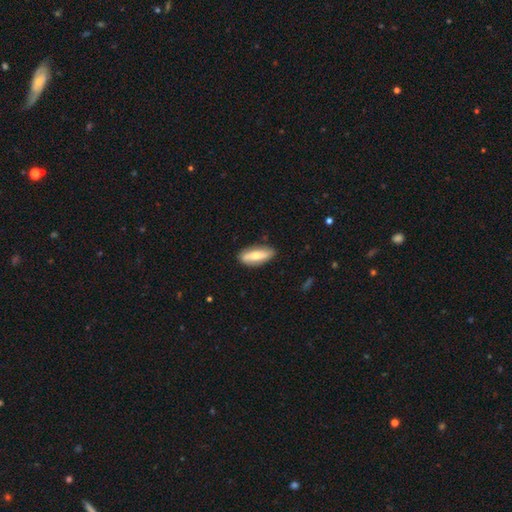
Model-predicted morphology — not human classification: A smooth galaxy with no disk features (58%) that is in between round and cigar-shaped (72%).

Vote fractions:
- Smooth or featured? smooth: 58% / featured or disk: 37% / star or artifact: 6%
- How rounded? in between: 72% / cigar-shaped: 26% / round: 3%
- Merging? none: 82% / minor disturbance: 14% / major disturbance: 3% / merger: 2%